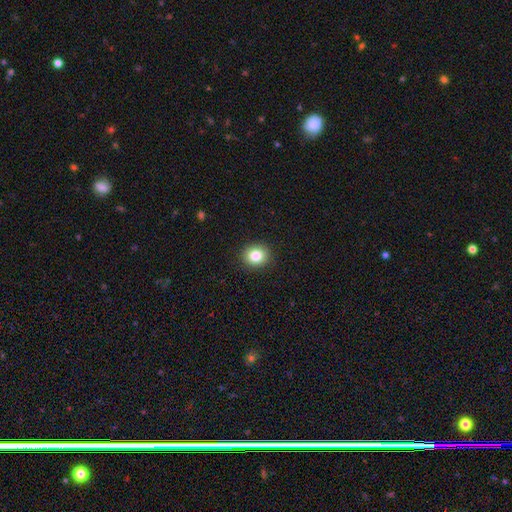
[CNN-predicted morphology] Smooth or featured? smooth (84%)
How rounded? round (77%)
Merging? none (91%)